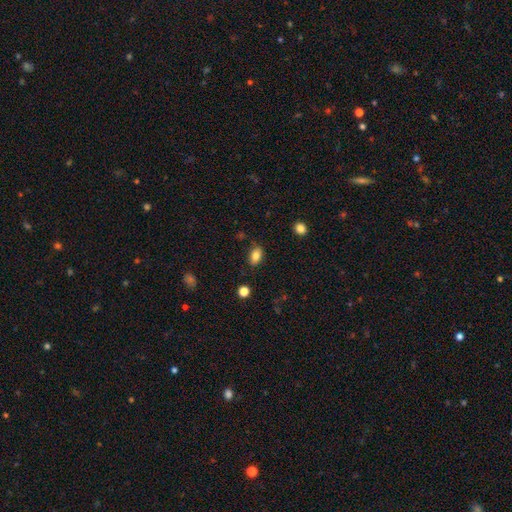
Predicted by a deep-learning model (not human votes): A smooth galaxy with no disk features (82%) that is in between round and cigar-shaped (87%). Merging: none (83%).